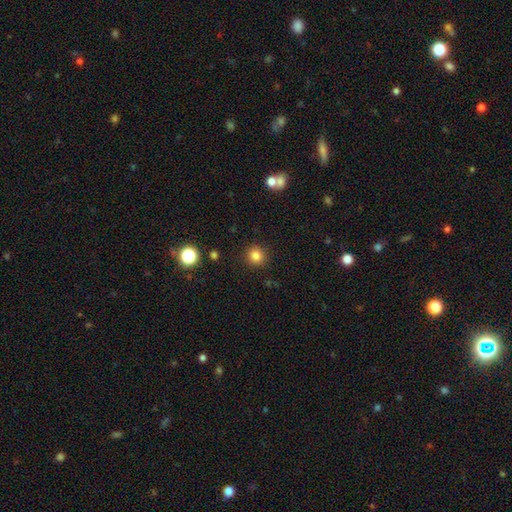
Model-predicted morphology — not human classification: Smooth or featured?
  - smooth: 83% *
  - star or artifact: 13%
  - featured or disk: 5%
How rounded?
  - round: 92% *
  - in between: 7%
  - cigar-shaped: 1%
Merging?
  - none: 91% *
  - minor disturbance: 6%
  - major disturbance: 2%
  - merger: 1%